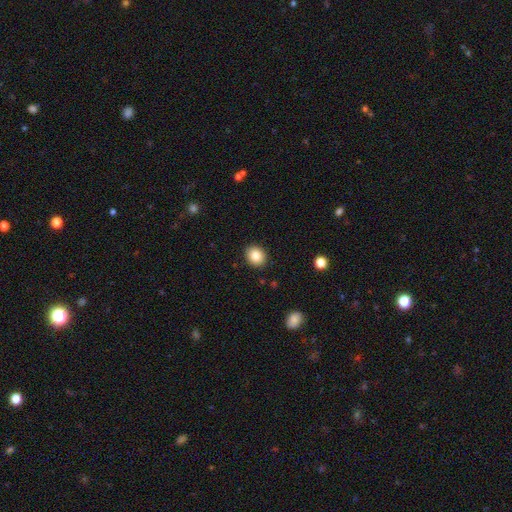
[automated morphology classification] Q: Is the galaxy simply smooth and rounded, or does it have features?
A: smooth — 84%.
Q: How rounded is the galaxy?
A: round — 64%.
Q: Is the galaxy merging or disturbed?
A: none — 90%.